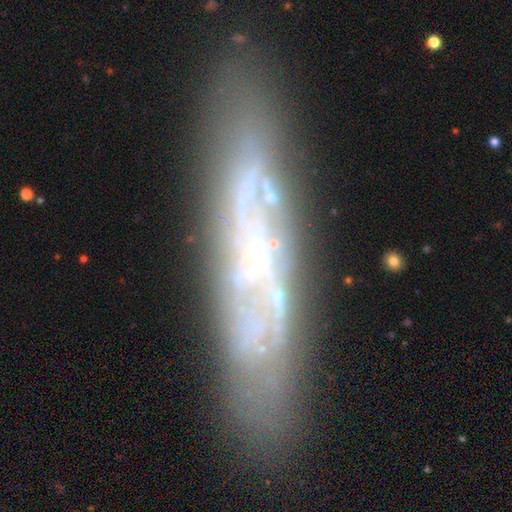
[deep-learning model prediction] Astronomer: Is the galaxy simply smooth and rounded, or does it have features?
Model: featured or disk — 70%.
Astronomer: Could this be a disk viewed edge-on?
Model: no — 52% (runner-up: yes, 48%).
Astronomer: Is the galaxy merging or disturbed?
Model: none — 79%.